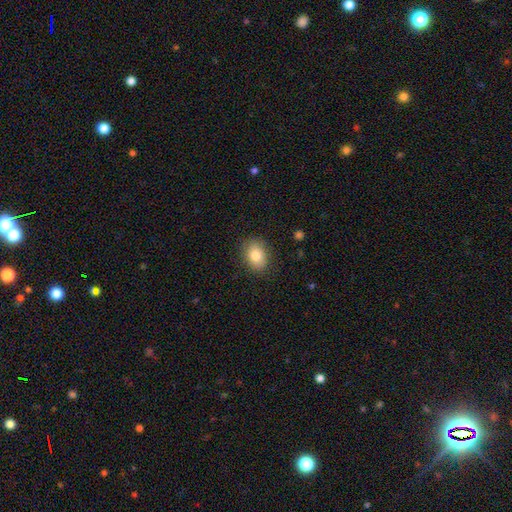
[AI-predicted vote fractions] Smooth or featured: smooth — 82% (featured or disk — 10%)
How rounded: in between — 70% (round — 29%)
Merging: none — 86% (minor disturbance — 11%)